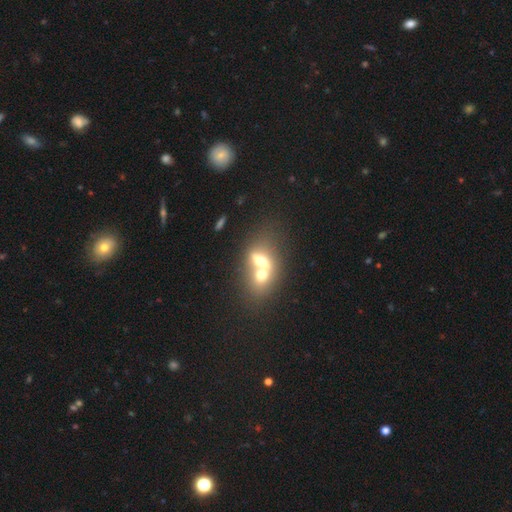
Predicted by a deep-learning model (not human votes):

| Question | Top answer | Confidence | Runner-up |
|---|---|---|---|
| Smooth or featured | smooth | 54% | featured or disk (35%) |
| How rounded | in between | 63% | round (32%) |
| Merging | merger | 72% | none (18%) |